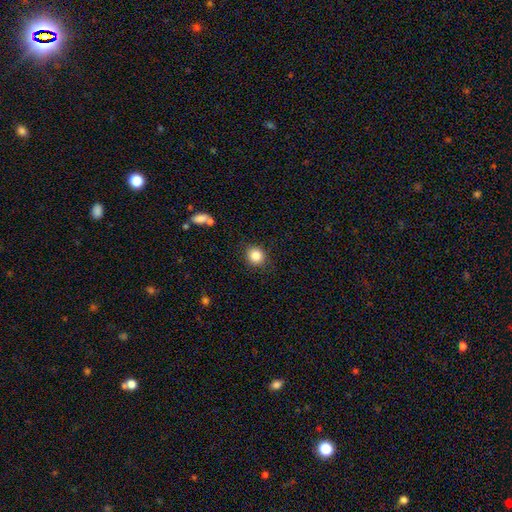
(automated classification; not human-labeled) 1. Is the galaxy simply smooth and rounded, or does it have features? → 86% smooth, 10% star or artifact, 4% featured or disk.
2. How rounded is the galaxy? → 87% round, 12% in between, 1% cigar-shaped.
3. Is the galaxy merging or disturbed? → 87% none, 8% minor disturbance, 3% major disturbance, 2% merger.